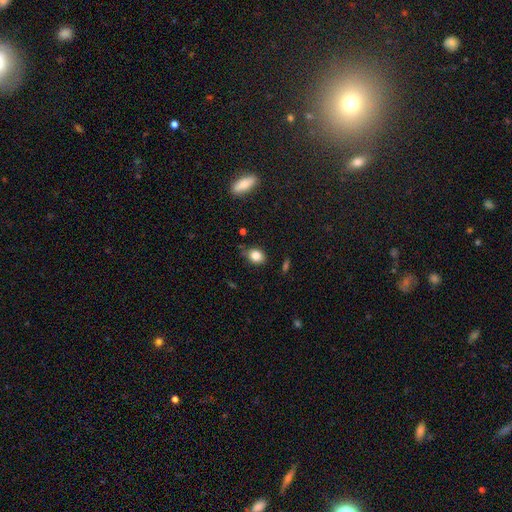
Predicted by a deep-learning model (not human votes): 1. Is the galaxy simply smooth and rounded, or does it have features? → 83% smooth, 10% star or artifact, 7% featured or disk.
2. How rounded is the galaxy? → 57% in between, 42% round, 1% cigar-shaped.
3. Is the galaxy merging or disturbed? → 73% none, 20% minor disturbance, 4% major disturbance, 3% merger.